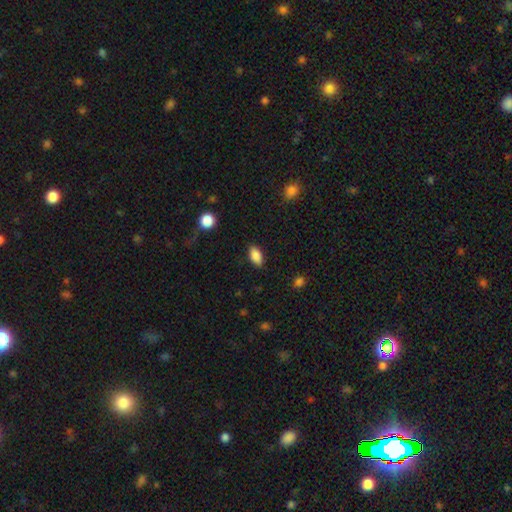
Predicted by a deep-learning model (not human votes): This appears to be a smooth galaxy with no disk features (86%) that is in between round and cigar-shaped (91%). Merging: none (85%).